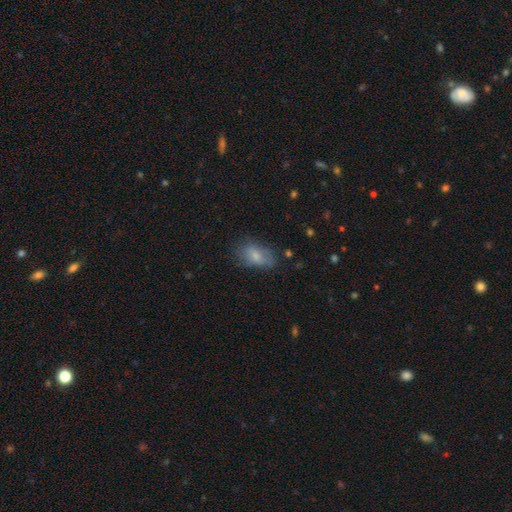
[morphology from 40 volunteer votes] Q: Smooth or featured?
A: smooth (62%); runner-up: featured or disk (32%)
Q: How rounded?
A: in between (84%); runner-up: round (16%)
Q: Merging?
A: none (55%); runner-up: minor disturbance (32%)